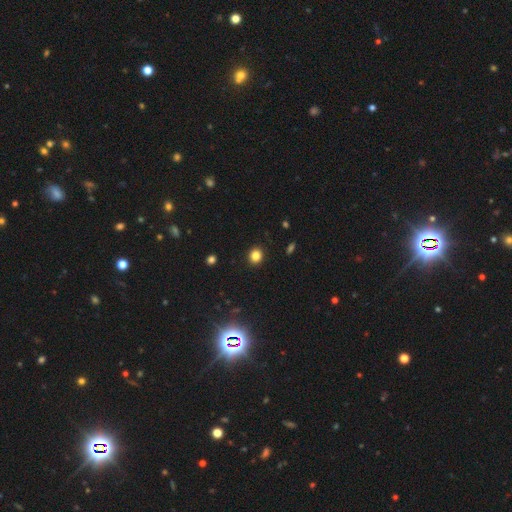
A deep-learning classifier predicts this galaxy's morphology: This appears to be a smooth galaxy with no disk features (83%) that is round (78%). Merging: none (91%).